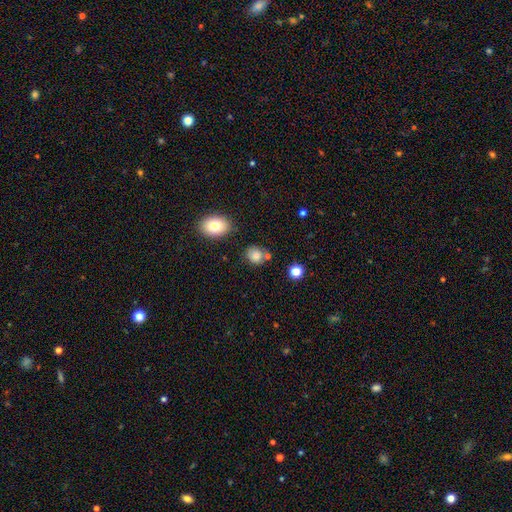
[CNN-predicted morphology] Smooth or featured? smooth (82%)
How rounded? round (70%)
Merging? none (72%)